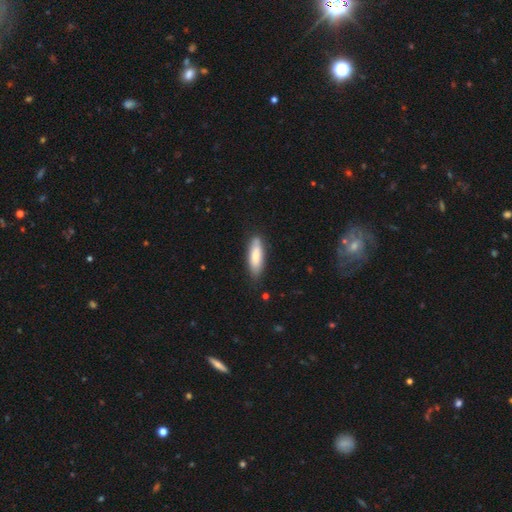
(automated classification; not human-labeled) Smooth or featured? smooth (78%)
How rounded? in between (53%)
Merging? none (79%)